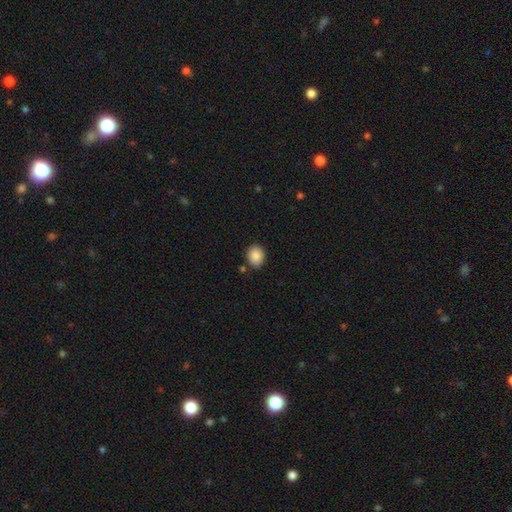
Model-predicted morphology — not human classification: type=smooth (88%); roundness=round (51%); merging=none (83%).